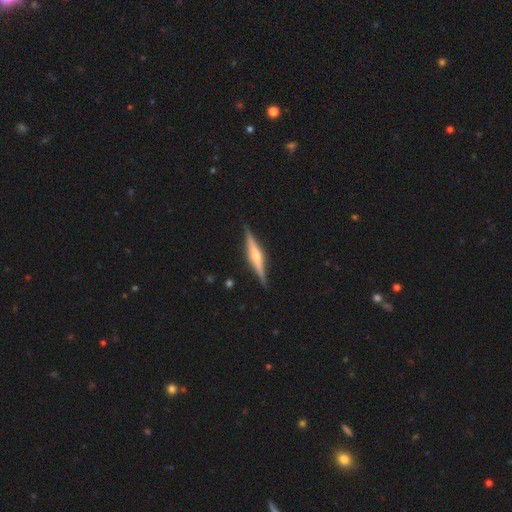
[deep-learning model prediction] smooth-or-featured: featured or disk: 72% | smooth: 23% | star or artifact: 5%
  disk-edge-on: yes: 98% | no: 2%
    edge-on-bulge: rounded: 80% | boxy: 11% | none: 9%
  merging: none: 90% | minor disturbance: 7% | major disturbance: 1% | merger: 1%